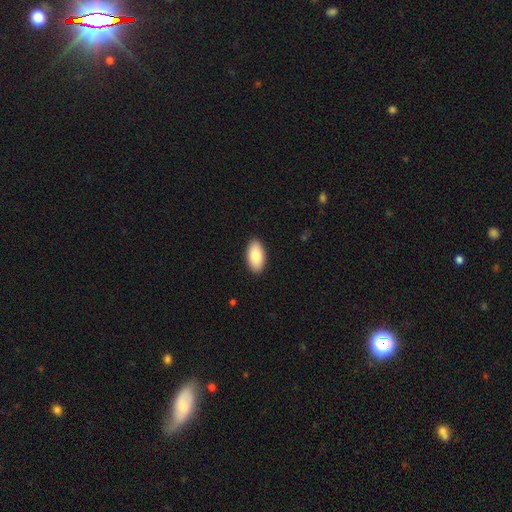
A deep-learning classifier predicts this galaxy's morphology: Overall: smooth (84%). How rounded: in between (95%). Merging: none (90%).